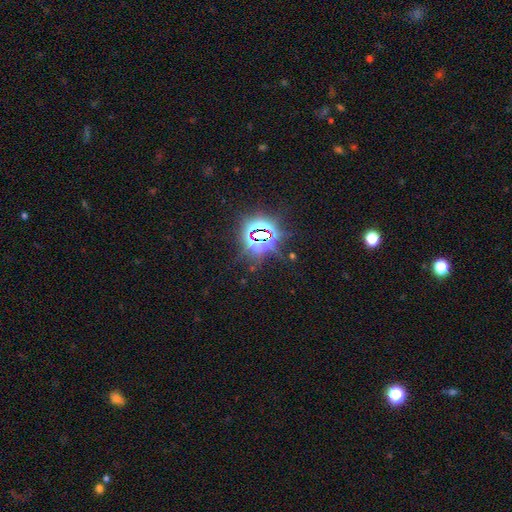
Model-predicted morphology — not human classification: This appears to be a star or artifact, not a galaxy (82%).